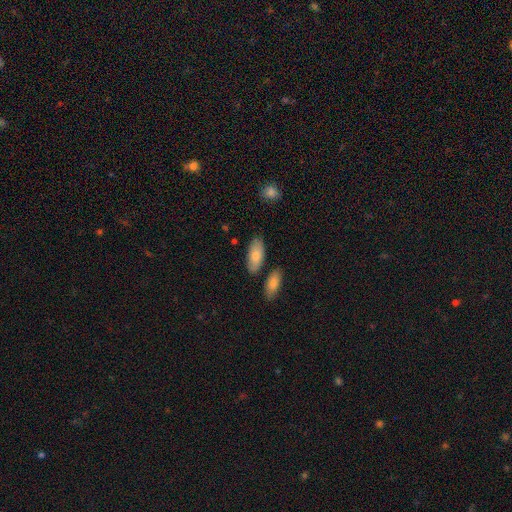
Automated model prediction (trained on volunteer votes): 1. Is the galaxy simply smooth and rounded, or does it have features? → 82% smooth, 12% featured or disk, 6% star or artifact.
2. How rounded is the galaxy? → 90% in between, 8% cigar-shaped, 2% round.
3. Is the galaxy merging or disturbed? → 78% none, 13% minor disturbance, 7% merger, 3% major disturbance.